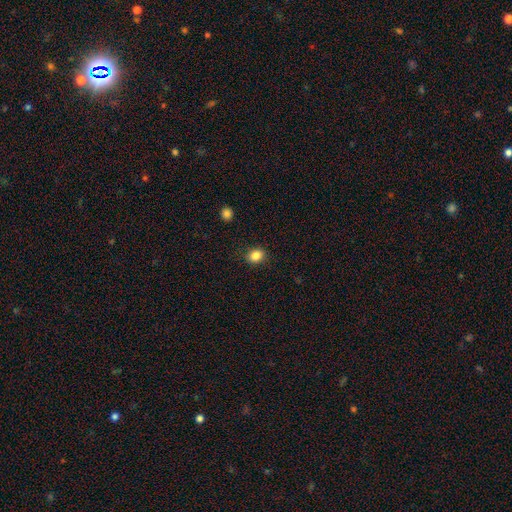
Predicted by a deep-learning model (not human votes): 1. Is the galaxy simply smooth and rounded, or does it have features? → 85% smooth, 10% star or artifact, 5% featured or disk.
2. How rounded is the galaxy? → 54% round, 45% in between, 1% cigar-shaped.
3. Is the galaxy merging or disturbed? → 87% none, 9% minor disturbance, 3% major disturbance, 1% merger.